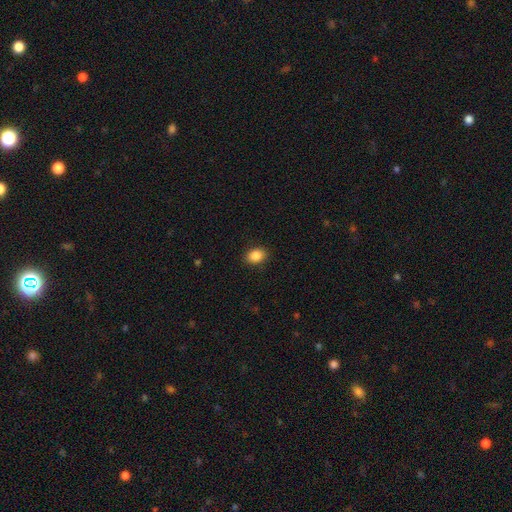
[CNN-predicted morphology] smooth-or-featured: smooth: 87% | star or artifact: 9% | featured or disk: 4%
  how-rounded: in between: 71% | round: 28% | cigar-shaped: 1%
  merging: none: 89% | minor disturbance: 8% | major disturbance: 2% | merger: 1%